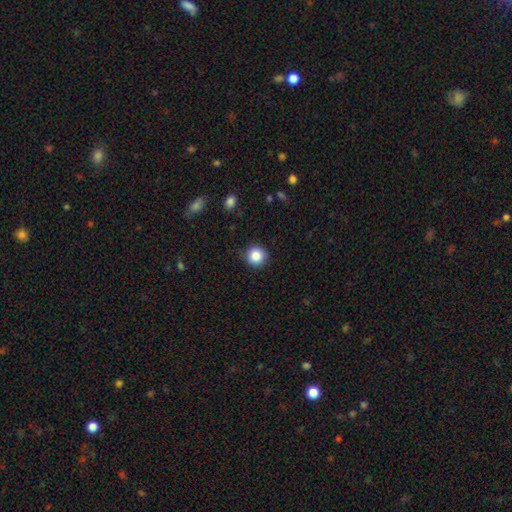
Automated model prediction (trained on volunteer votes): This appears to be a smooth galaxy with no disk features (85%) that is round (94%). Merging: none (90%).